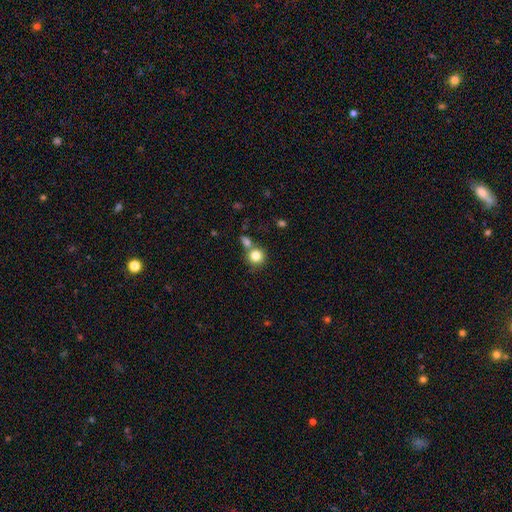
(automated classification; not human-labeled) Smooth or featured: smooth — 82% (star or artifact — 10%)
How rounded: round — 90% (in between — 9%)
Merging: none — 58% (merger — 29%)